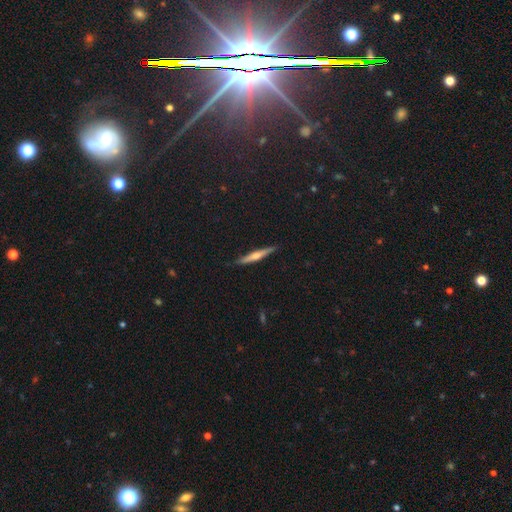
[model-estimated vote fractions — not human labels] A featured or disk galaxy (58%) viewed edge-on (97%) with a rounded central bulge (78%). Merging: none (89%).